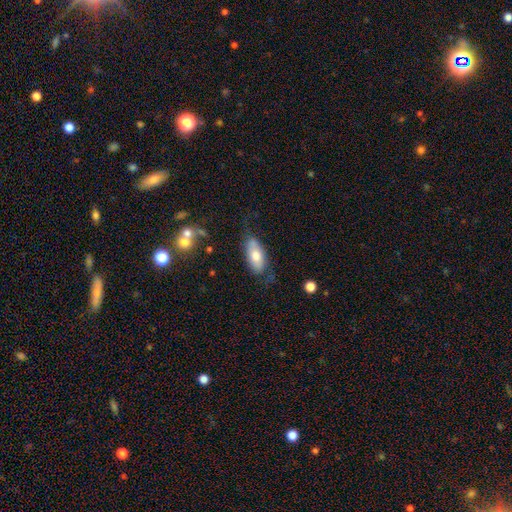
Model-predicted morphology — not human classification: This appears to be a smooth galaxy with no disk features (68%) that is in between round and cigar-shaped (85%). Merging: none (66%).